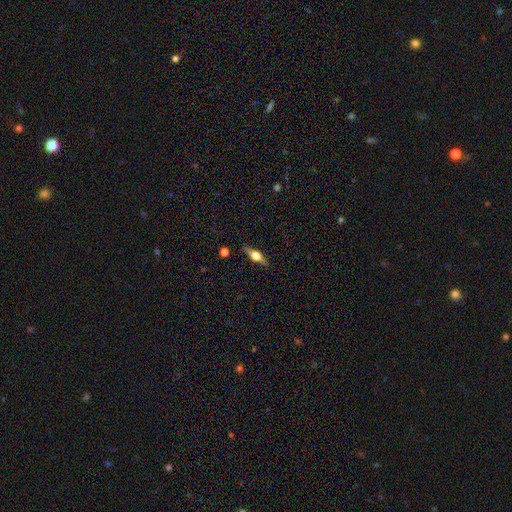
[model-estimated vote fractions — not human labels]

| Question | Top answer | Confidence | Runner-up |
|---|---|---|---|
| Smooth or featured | featured or disk | 59% | smooth (35%) |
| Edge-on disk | yes | 93% | no (7%) |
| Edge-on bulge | rounded | 93% | boxy (5%) |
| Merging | none | 85% | minor disturbance (11%) |